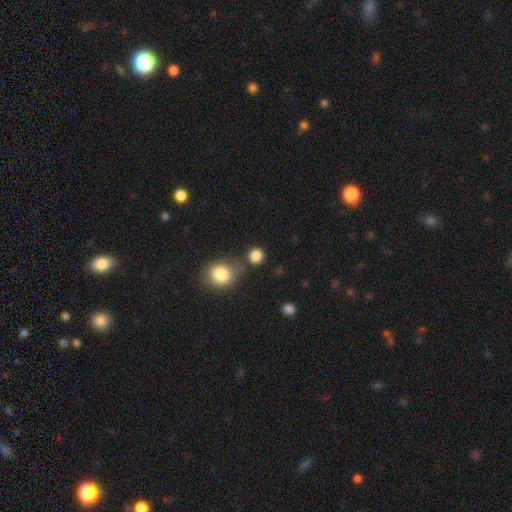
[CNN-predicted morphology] type=smooth (84%); roundness=round (89%); merging=none (74%).